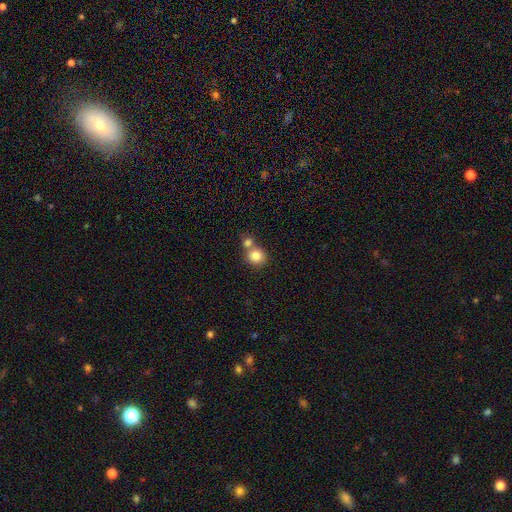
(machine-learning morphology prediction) A smooth galaxy with no disk features (82%) that is round (87%).

Vote fractions:
- Smooth or featured? smooth: 82% / star or artifact: 10% / featured or disk: 8%
- How rounded? round: 87% / in between: 12% / cigar-shaped: 1%
- Merging? none: 46% / merger: 45% / minor disturbance: 7% / major disturbance: 2%